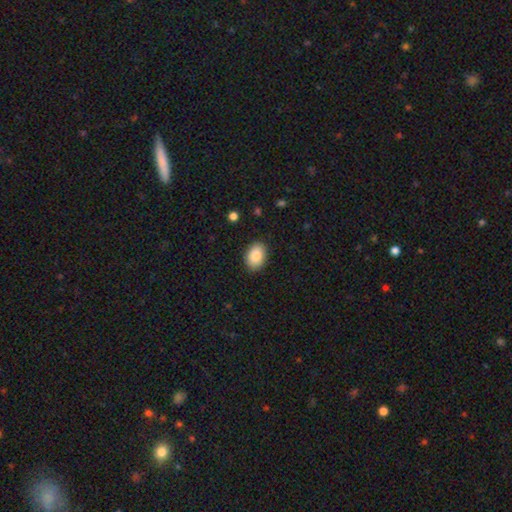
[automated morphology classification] This is clearly a smooth galaxy (86%). How rounded: clearly in between (85%). Merging: clearly none (88%).